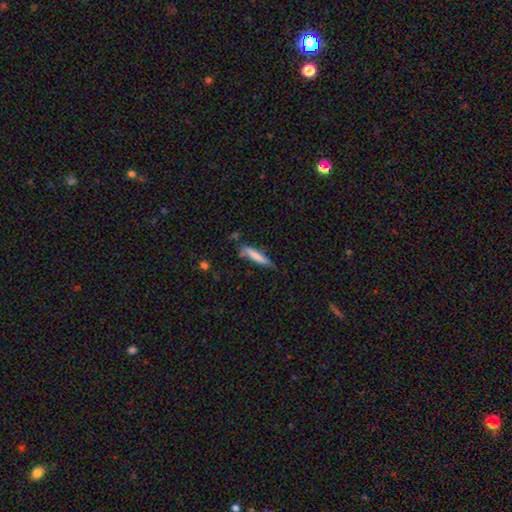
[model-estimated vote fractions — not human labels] A smooth galaxy with no disk features (76%) that is cigar-shaped (86%).

Vote fractions:
- Smooth or featured? smooth: 76% / featured or disk: 18% / star or artifact: 6%
- How rounded? cigar-shaped: 86% / in between: 13% / round: 1%
- Merging? none: 55% / minor disturbance: 31% / major disturbance: 9% / merger: 5%